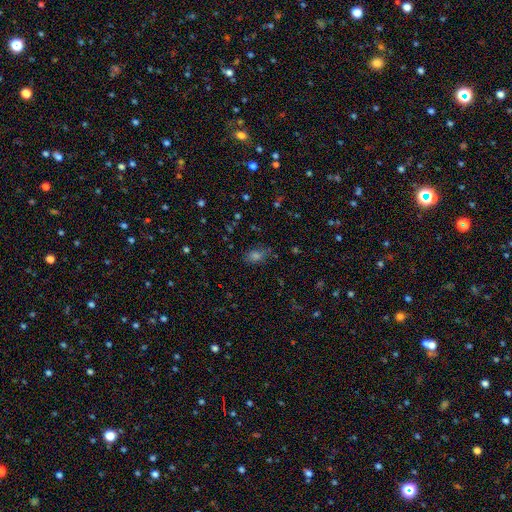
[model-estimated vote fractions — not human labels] smooth_or_featured: smooth (p=0.66) [alt: star or artifact p=0.25]
how_rounded: in between (p=0.77) [alt: round p=0.19]
merging: none (p=0.76) [alt: minor disturbance p=0.17]